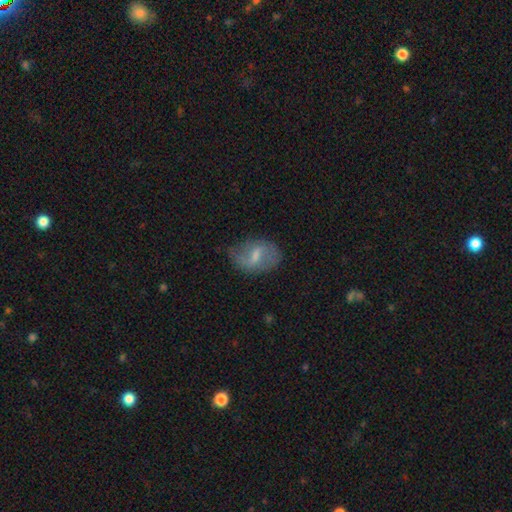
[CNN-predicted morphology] Overall: featured or disk (57%; smooth 35%). Edge-on disk: no (95%). Bar: weak (56%; strong 29%). Spiral arms: yes (69%; no 31%). Bulge size: moderate (39%; small 38%). Merging: none (62%; minor disturbance 25%).